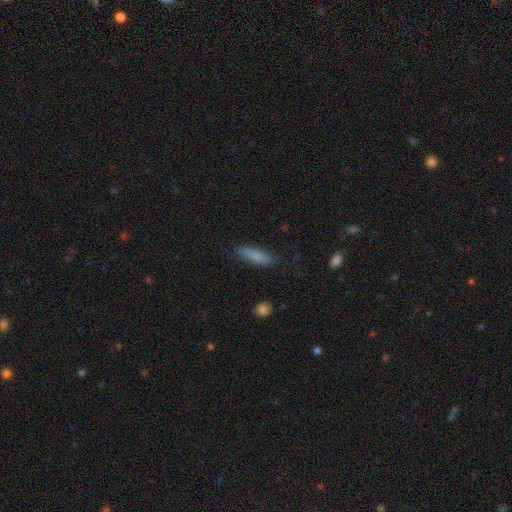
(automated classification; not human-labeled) Morphology: type=smooth (80%); roundness=cigar-shaped (65%); merging=none (85%).